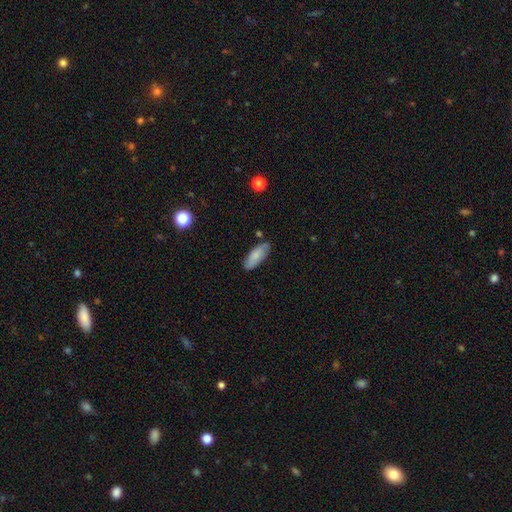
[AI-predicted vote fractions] The model was most divided on "how rounded": in between: 75%, cigar-shaped: 23%, round: 2%. More confident: merging — none (79%); smooth or featured — smooth (78%).